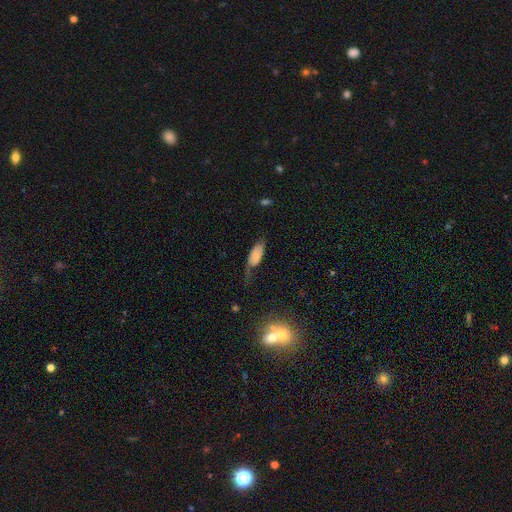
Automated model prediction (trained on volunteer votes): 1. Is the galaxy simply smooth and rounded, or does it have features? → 63% smooth, 29% featured or disk, 8% star or artifact.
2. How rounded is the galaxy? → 83% in between, 14% cigar-shaped, 3% round.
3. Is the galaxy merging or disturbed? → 34% major disturbance (tied), 34% minor disturbance (tied), 28% none, 4% merger.